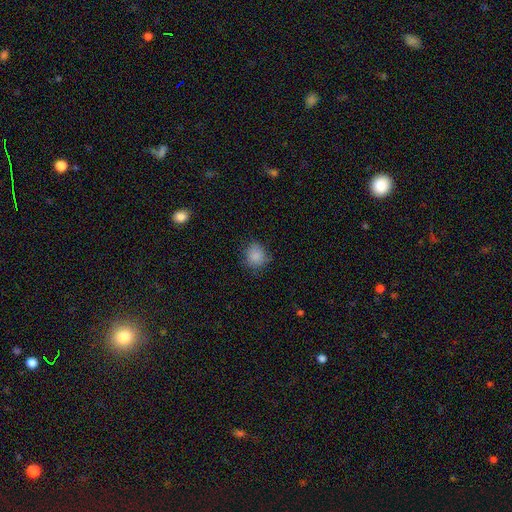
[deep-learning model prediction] This appears to be a smooth galaxy with no disk features (85%) that is round (77%). Merging: none (70%).